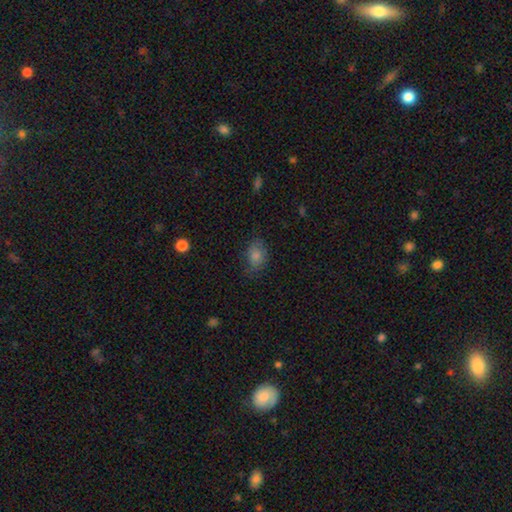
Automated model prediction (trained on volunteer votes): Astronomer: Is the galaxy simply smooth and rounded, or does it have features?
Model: smooth — 77%.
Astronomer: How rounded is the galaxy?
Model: in between — 72%.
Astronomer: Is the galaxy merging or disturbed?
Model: none — 75%.